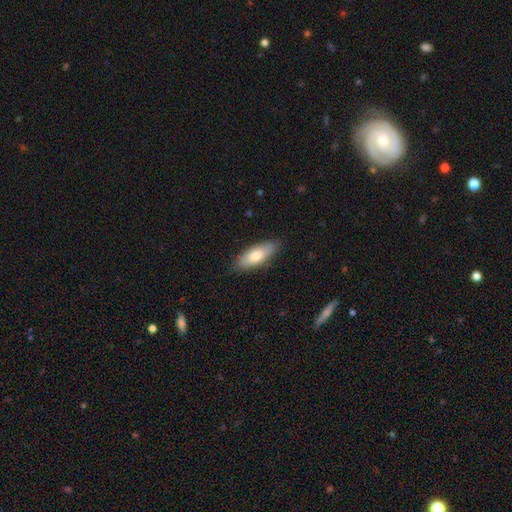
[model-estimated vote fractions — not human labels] The model was most divided on "how rounded": in between: 70%, cigar-shaped: 27%, round: 2%. More confident: merging — none (85%); smooth or featured — smooth (74%).